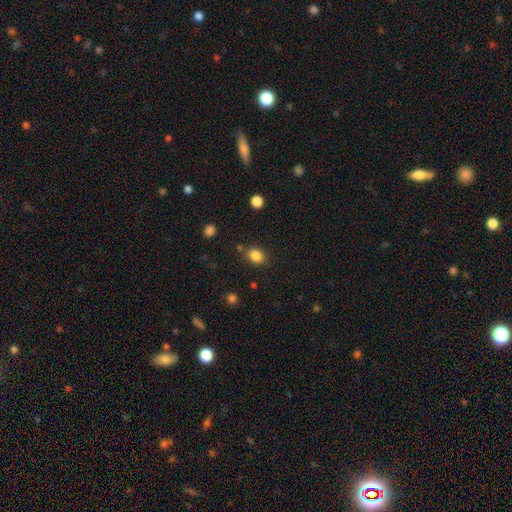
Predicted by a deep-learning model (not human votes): Smooth or featured? smooth (85%)
How rounded? in between (50%)
Merging? none (79%)